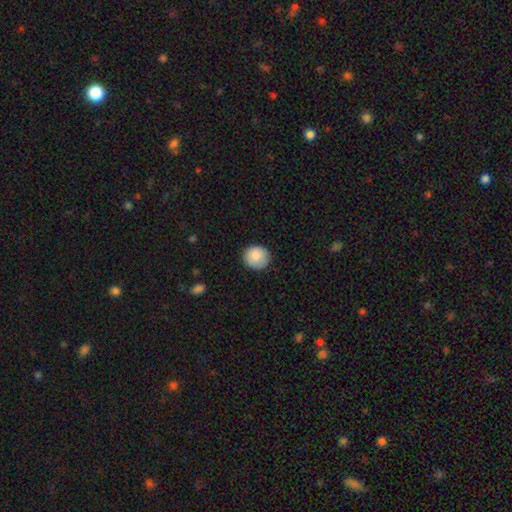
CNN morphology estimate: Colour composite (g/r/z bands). It shows a smooth galaxy with no disk features (85%) that is round (87%). Merging: none (88%).